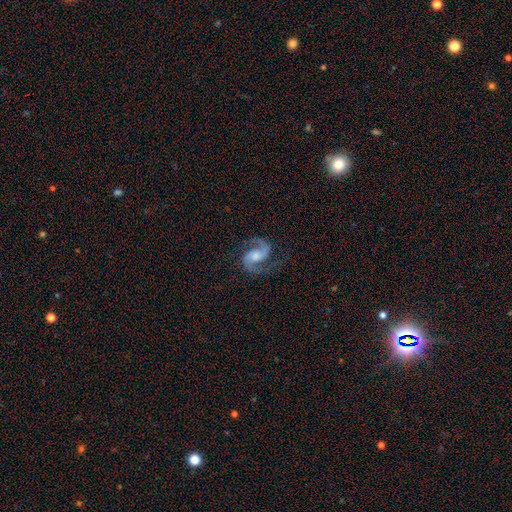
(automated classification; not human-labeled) Q: Smooth or featured?
A: featured or disk (92%); runner-up: star or artifact (5%)
Q: Edge-on disk?
A: no (98%); runner-up: yes (2%)
Q: Bar?
A: no (47%); runner-up: weak (41%)
Q: Spiral arms?
A: yes (98%); runner-up: no (2%)
Q: Spiral winding?
A: medium (63%); runner-up: loose (21%)
Q: Spiral arm count?
A: 2 (94%); runner-up: can't tell (1%)
Q: Bulge size?
A: moderate (54%); runner-up: small (25%)
Q: Merging?
A: none (80%); runner-up: minor disturbance (13%)